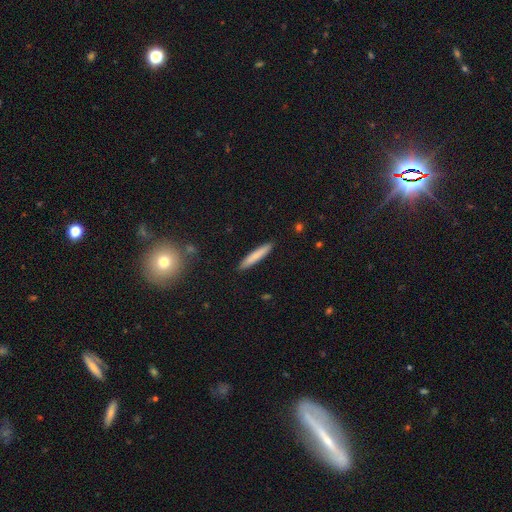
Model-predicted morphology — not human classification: This is likely a smooth galaxy (78%). How rounded: clearly cigar-shaped (93%). Merging: clearly none (91%).